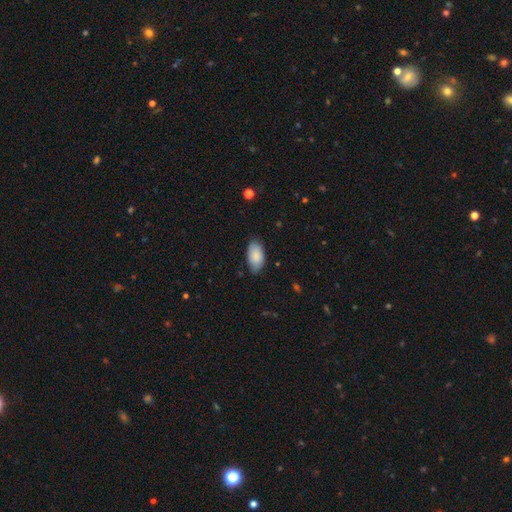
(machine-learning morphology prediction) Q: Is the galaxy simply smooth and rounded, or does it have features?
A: smooth — 87%.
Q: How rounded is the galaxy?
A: in between — 95%.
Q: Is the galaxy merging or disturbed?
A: none — 79%.